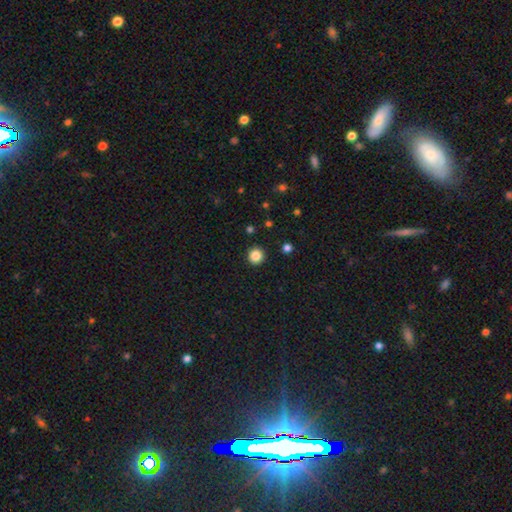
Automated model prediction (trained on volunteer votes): This is clearly a smooth galaxy (86%). How rounded: clearly round (95%). Merging: clearly none (93%).